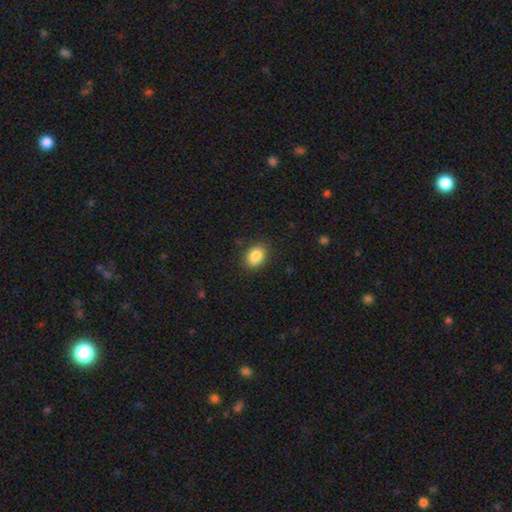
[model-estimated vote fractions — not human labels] smooth_or_featured: smooth (p=0.86) [alt: star or artifact p=0.09]
how_rounded: in between (p=0.58) [alt: round p=0.41]
merging: none (p=0.84) [alt: minor disturbance p=0.12]